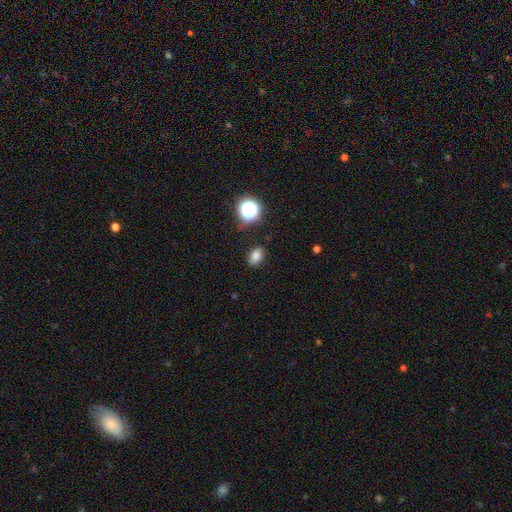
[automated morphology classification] Overall: smooth (79%). How rounded: in between (78%). Merging: none (83%).